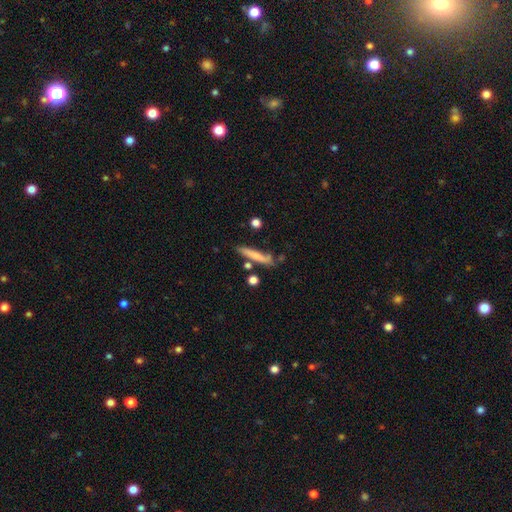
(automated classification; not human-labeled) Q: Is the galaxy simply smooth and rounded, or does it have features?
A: smooth — 68%.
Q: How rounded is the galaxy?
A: cigar-shaped — 89%.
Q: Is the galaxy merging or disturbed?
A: none — 70%.